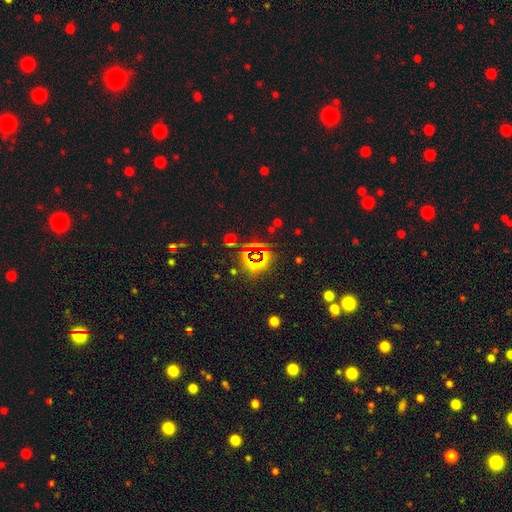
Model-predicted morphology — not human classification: type=star or artifact (72%).